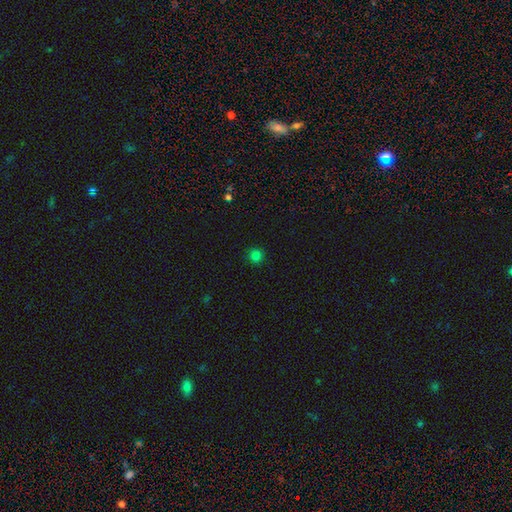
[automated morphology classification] Overall: smooth (80%). How rounded: round (95%). Merging: none (92%).